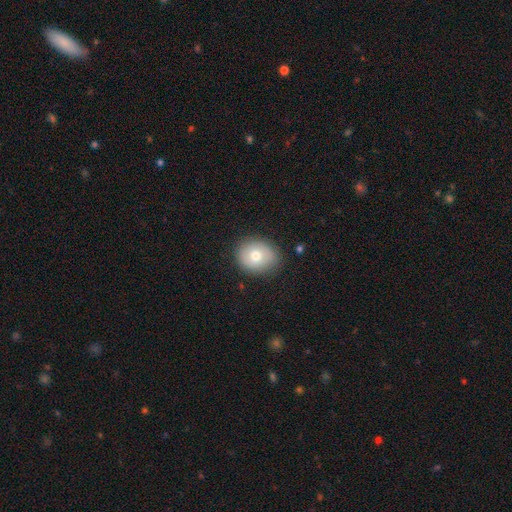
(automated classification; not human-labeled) Morphology: type=smooth (70%); roundness=round (64%); merging=none (83%).